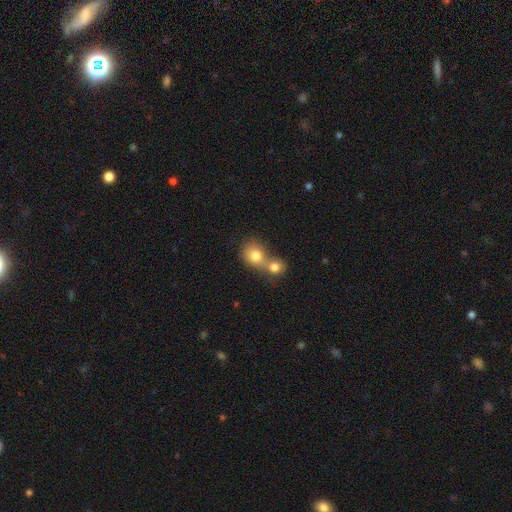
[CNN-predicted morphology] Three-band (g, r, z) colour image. It shows a smooth galaxy with no disk features (77%) that is round (74%). Merging: merger (68%).